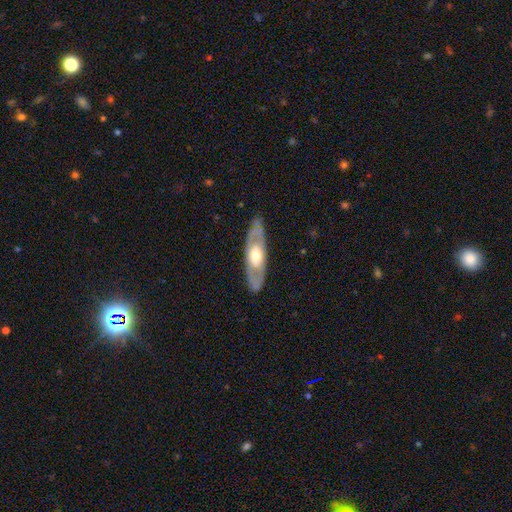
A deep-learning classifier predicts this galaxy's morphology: smooth_or_featured: featured or disk (p=0.65) [alt: smooth p=0.31]
disk_edge_on: no (p=0.68) [alt: yes p=0.32]
merging: none (p=0.84) [alt: minor disturbance p=0.12]